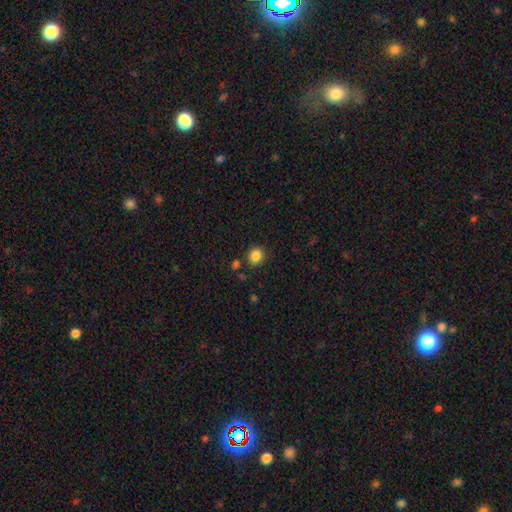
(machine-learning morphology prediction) Smooth or featured? smooth (85%)
How rounded? round (72%)
Merging? none (84%)